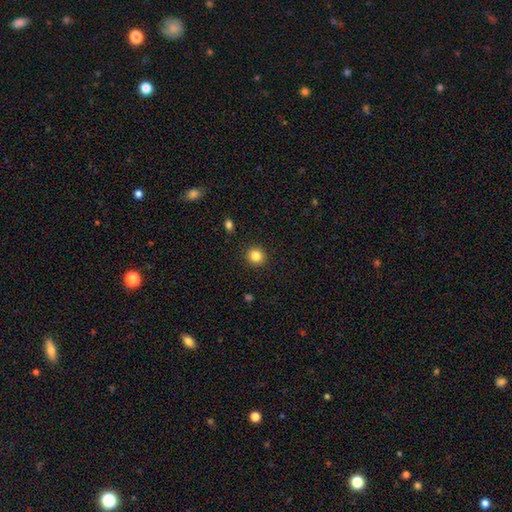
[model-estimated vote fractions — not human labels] This is clearly a smooth galaxy (84%). How rounded: clearly round (91%). Merging: clearly none (92%).